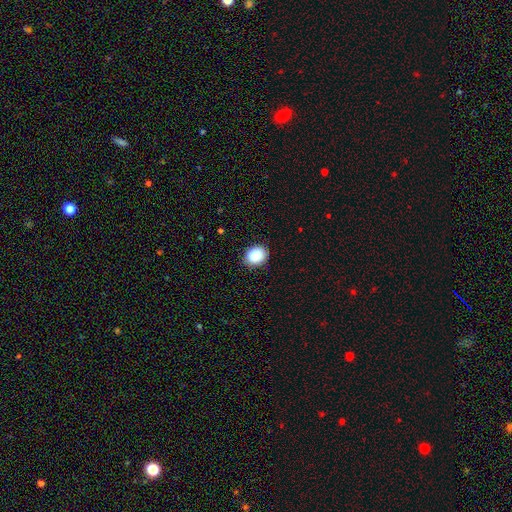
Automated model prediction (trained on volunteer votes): A smooth galaxy with no disk features (89%) that is round (56%). Merging: none (87%).